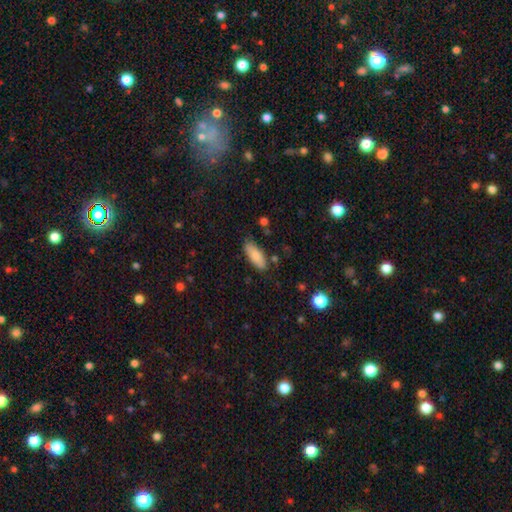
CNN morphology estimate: This is clearly a smooth galaxy (83%). How rounded: likely in between (77%). Merging: clearly none (81%).